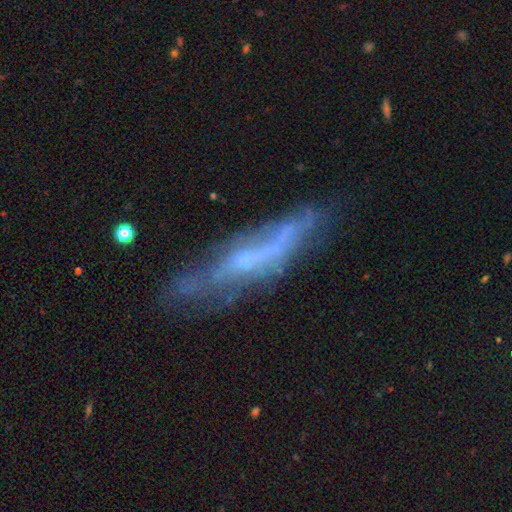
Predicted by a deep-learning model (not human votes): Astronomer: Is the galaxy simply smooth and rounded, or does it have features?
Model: featured or disk — 66%.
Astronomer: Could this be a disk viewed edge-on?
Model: yes — 55% (runner-up: no, 45%).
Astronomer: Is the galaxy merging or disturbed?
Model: none — 59%.